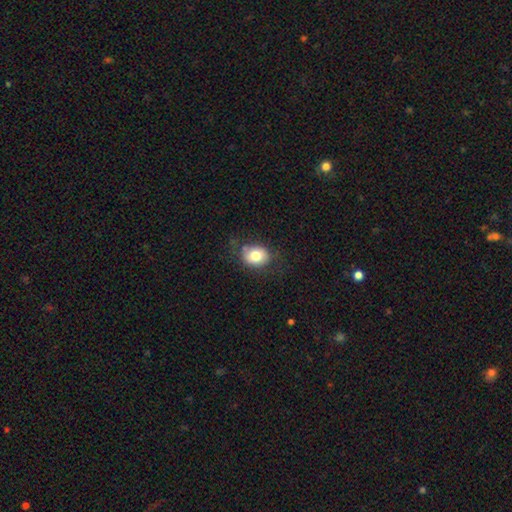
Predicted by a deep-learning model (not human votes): This is likely a smooth galaxy (77%). How rounded: possibly round (51%). Merging: likely none (71%).